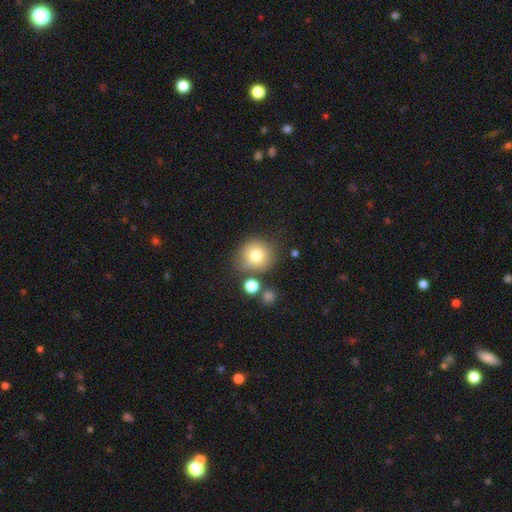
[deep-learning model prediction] Q: Smooth or featured?
A: smooth (77%); runner-up: featured or disk (11%)
Q: How rounded?
A: round (87%); runner-up: in between (12%)
Q: Merging?
A: none (69%); runner-up: minor disturbance (16%)